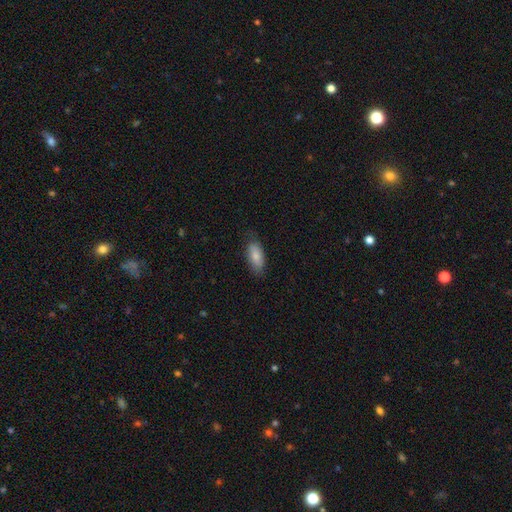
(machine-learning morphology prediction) smooth_or_featured: smooth (p=0.82) [alt: featured or disk p=0.12]
how_rounded: in between (p=0.87) [alt: cigar-shaped p=0.11]
merging: none (p=0.76) [alt: minor disturbance p=0.19]